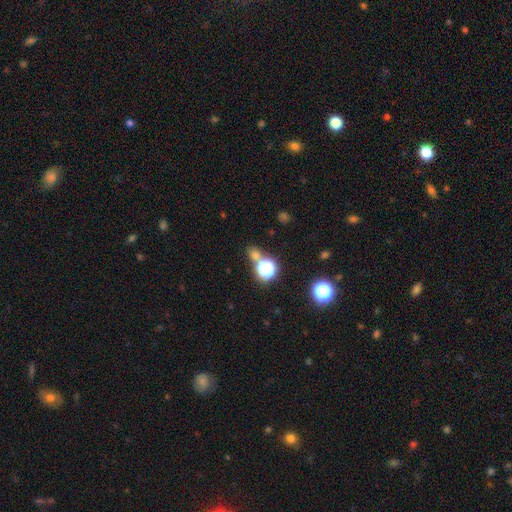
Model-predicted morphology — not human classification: Smooth or featured: smooth — 59% (star or artifact — 34%)
How rounded: round — 74% (in between — 24%)
Merging: none — 64% (merger — 22%)